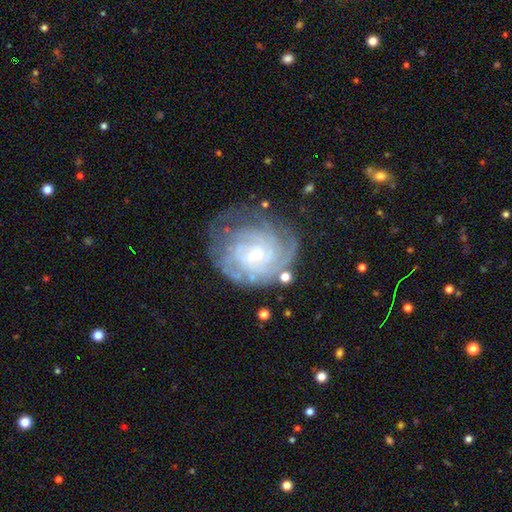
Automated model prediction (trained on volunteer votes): smooth-or-featured: featured or disk: 85% | smooth: 9% | star or artifact: 7%
  disk-edge-on: no: 97% | yes: 3%
    bar: no: 68% | weak: 26% | strong: 6%
    has-spiral-arms: yes: 95% | no: 5%
      spiral-winding: tight: 76% | medium: 20% | loose: 4%
      spiral-arm-count: can't tell: 35% | 4: 23% | 3: 15% | more than 4: 11% | 2: 10% | 1: 6%
    bulge-size: small: 79% | moderate: 17% | none: 1% | large: 1% | dominant: 1%
  merging: none: 66% | minor disturbance: 20% | major disturbance: 11% | merger: 3%